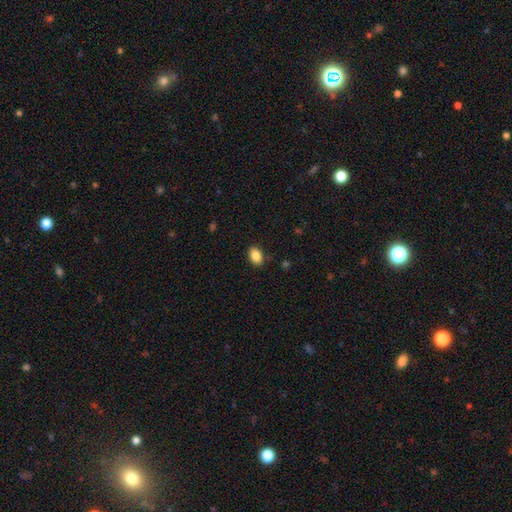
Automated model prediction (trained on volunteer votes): smooth_or_featured: smooth (p=0.87) [alt: star or artifact p=0.08]
how_rounded: in between (p=0.88) [alt: round p=0.11]
merging: none (p=0.87) [alt: minor disturbance p=0.10]